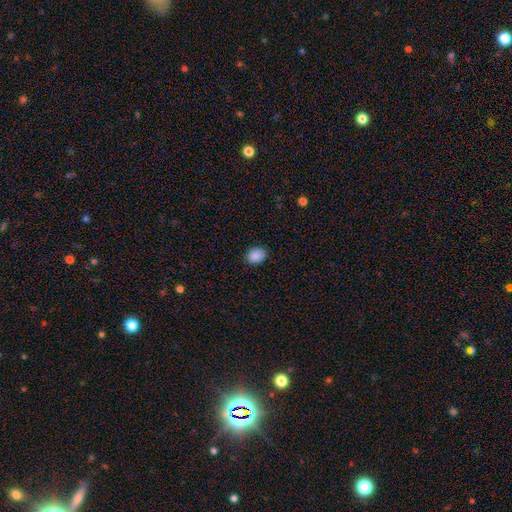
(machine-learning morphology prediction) Overall: smooth (89%). How rounded: in between (61%; round 38%). Merging: none (88%).